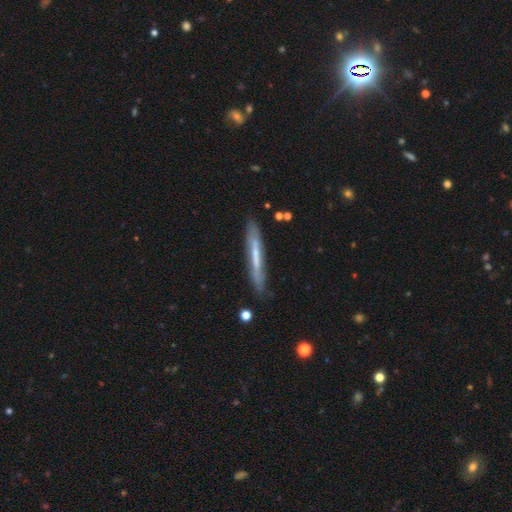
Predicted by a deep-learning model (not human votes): Smooth or featured?
  - featured or disk: 53% *
  - smooth: 40%
  - star or artifact: 7%
Edge-on disk?
  - yes: 81% *
  - no: 19%
Merging?
  - none: 75% *
  - minor disturbance: 17%
  - major disturbance: 4%
  - merger: 3%